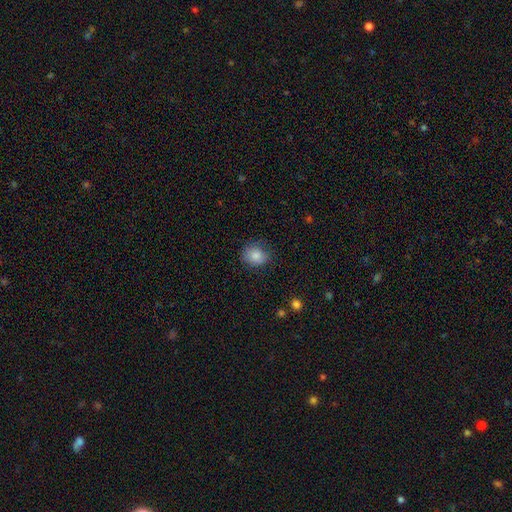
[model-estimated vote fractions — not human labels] smooth-or-featured: smooth: 85% | star or artifact: 9% | featured or disk: 6%
  how-rounded: round: 70% | in between: 29% | cigar-shaped: 1%
  merging: none: 76% | minor disturbance: 18% | major disturbance: 4% | merger: 1%